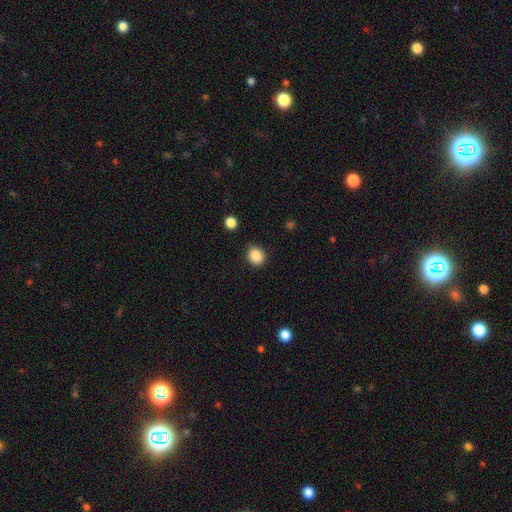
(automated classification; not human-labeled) smooth 88%, star or artifact 9%, featured or disk 3%. Down the decision tree: how rounded — round (62%); merging — none (84%).